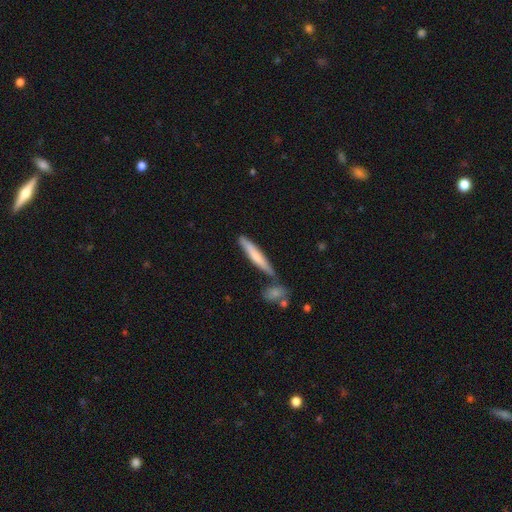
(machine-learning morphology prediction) Smooth or featured? Predicted: smooth (p=0.67). How rounded? Predicted: cigar-shaped (p=0.92). Merging? Predicted: none (p=0.72).